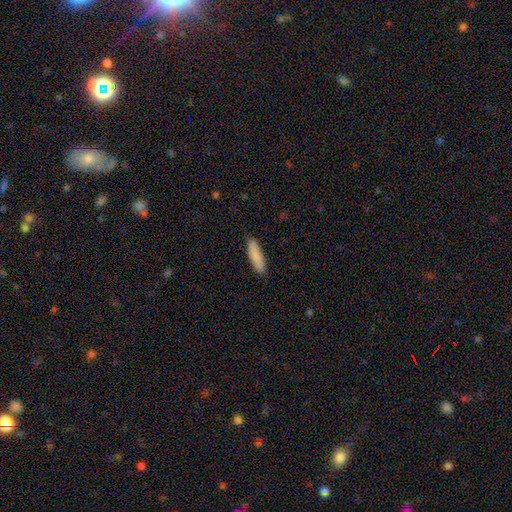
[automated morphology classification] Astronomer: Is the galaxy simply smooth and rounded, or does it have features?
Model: smooth — 87%.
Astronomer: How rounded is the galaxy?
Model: cigar-shaped — 76%.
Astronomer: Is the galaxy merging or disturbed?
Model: none — 89%.